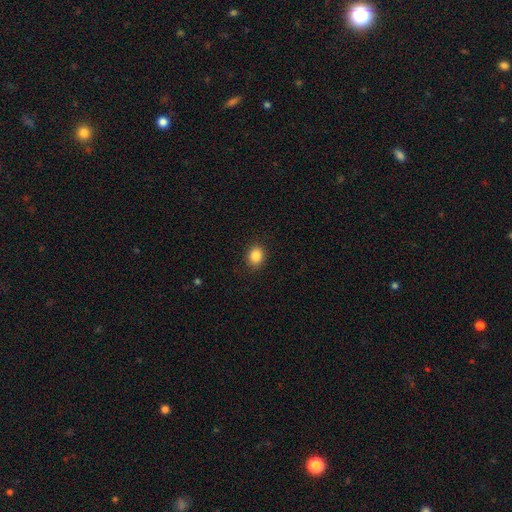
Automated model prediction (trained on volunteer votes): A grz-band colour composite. It shows a smooth galaxy with no disk features (86%) that is round (61%). Merging: none (89%).